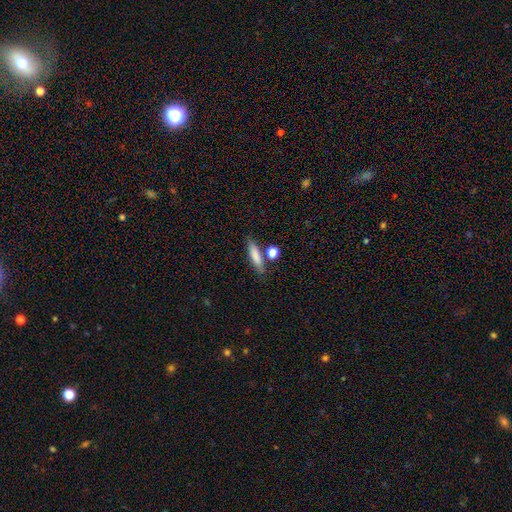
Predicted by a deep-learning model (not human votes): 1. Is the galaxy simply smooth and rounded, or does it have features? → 81% smooth, 12% featured or disk, 7% star or artifact.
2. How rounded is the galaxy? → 65% cigar-shaped, 30% in between, 5% round.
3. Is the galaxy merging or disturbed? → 72% none, 13% minor disturbance, 11% merger, 4% major disturbance.